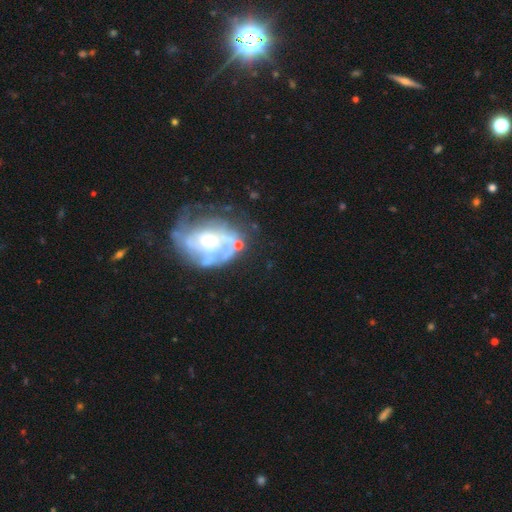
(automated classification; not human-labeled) The model was most divided on "spiral arm count": 2: 36%, can't tell: 31%, 3: 14%, 1: 7%, 4: 6%, more than 4: 5%. Remaining: edge-on disk — no (97%); spiral arms — yes (81%); smooth or featured — featured or disk (77%); bar — no (57%); bulge size — moderate (53%); merging — none (52%); spiral winding — tight (43%).